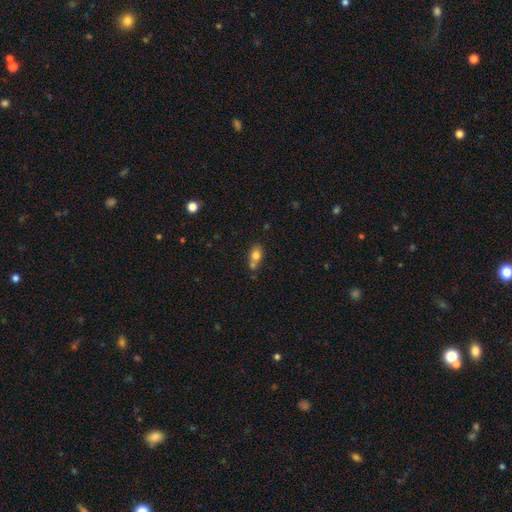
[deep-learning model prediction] Smooth or featured: smooth — 75% (featured or disk — 16%)
How rounded: in between — 78% (round — 17%)
Merging: none — 45% (merger — 30%)